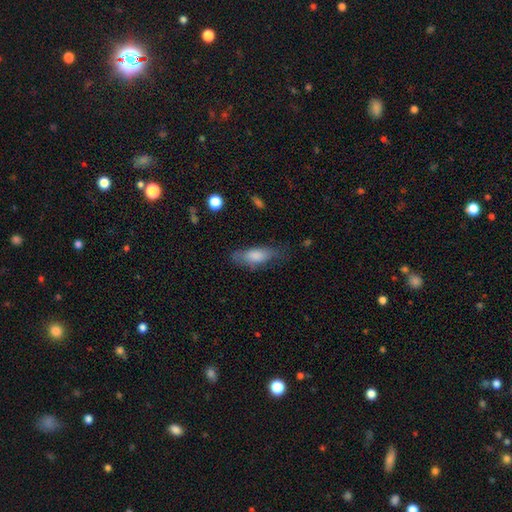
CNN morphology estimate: smooth 77%, featured or disk 16%, star or artifact 7%. Down the decision tree: how rounded — in between (74%); merging — none (61%).